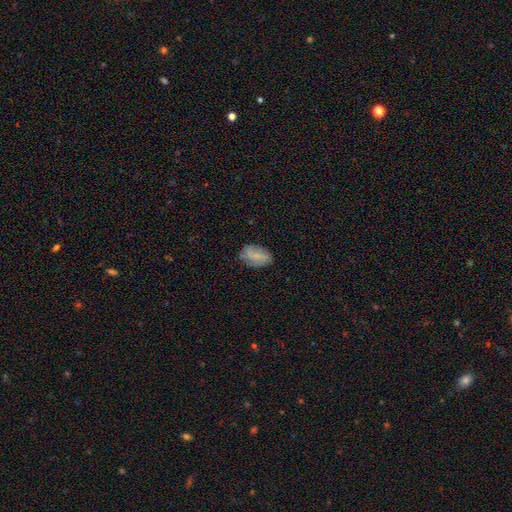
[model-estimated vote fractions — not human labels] smooth_or_featured: smooth (p=0.57) [alt: featured or disk p=0.34]
how_rounded: in between (p=0.91) [alt: round p=0.07]
merging: none (p=0.73) [alt: minor disturbance p=0.20]